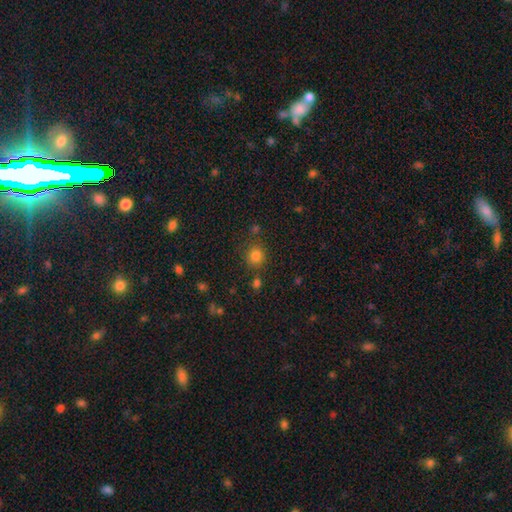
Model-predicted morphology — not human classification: This is clearly a smooth galaxy (81%). How rounded: clearly round (86%). Merging: likely none (78%).